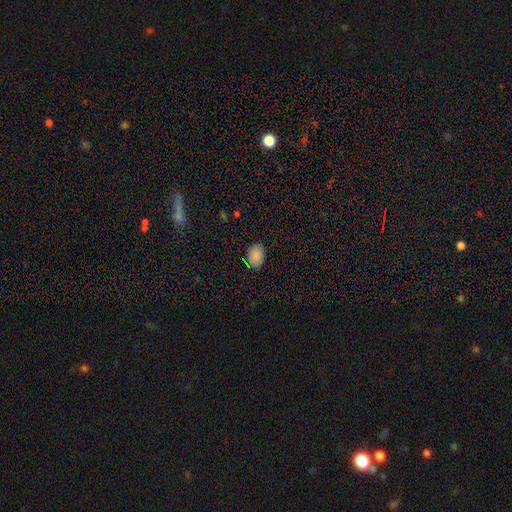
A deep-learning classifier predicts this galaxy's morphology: The model was most divided on "how rounded": in between: 78%, round: 21%, cigar-shaped: 1%. More confident: smooth or featured — smooth (86%); merging — none (86%).